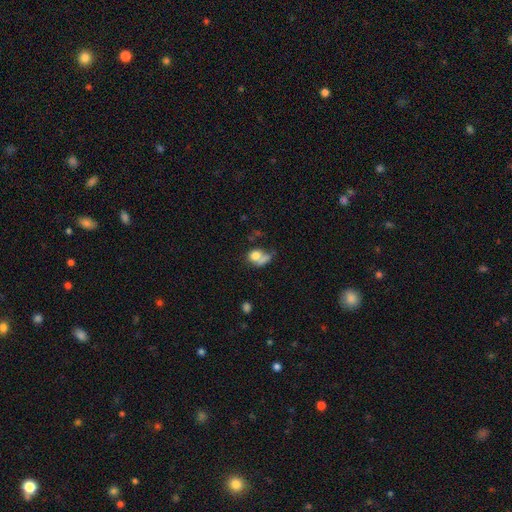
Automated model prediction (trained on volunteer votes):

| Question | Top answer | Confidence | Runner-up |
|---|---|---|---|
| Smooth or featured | smooth | 70% | featured or disk (19%) |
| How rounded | in between | 50% | round (48%) |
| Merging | merger | 36% | none (27%) |